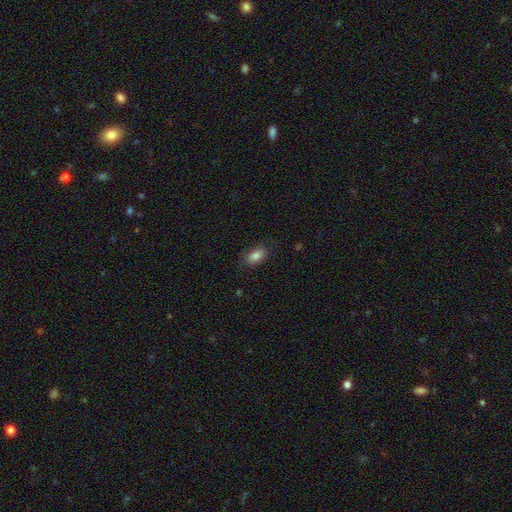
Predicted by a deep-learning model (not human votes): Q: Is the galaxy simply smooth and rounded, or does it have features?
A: smooth — 84%.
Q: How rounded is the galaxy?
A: in between — 89%.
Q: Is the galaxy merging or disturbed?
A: none — 84%.